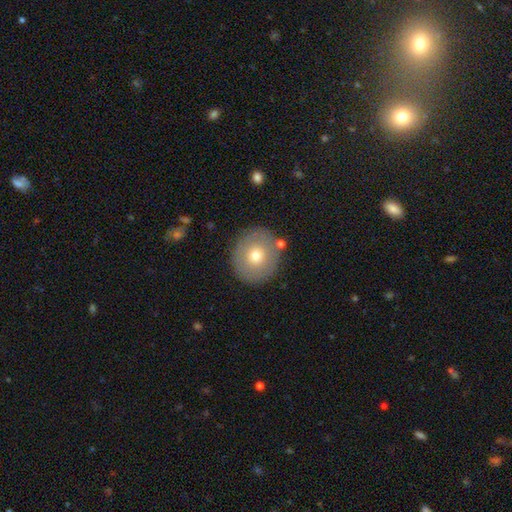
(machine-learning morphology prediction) This appears to be a smooth galaxy with no disk features (67%) that is round (86%). Merging: none (85%).